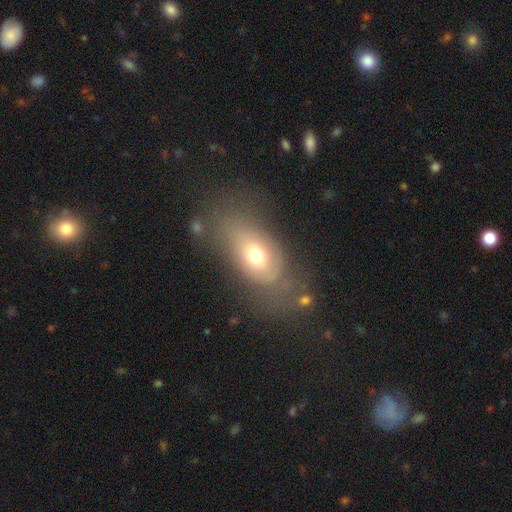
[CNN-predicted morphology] Smooth or featured: smooth — 60% (featured or disk — 29%)
How rounded: in between — 84% (round — 11%)
Merging: none — 54% (minor disturbance — 23%)